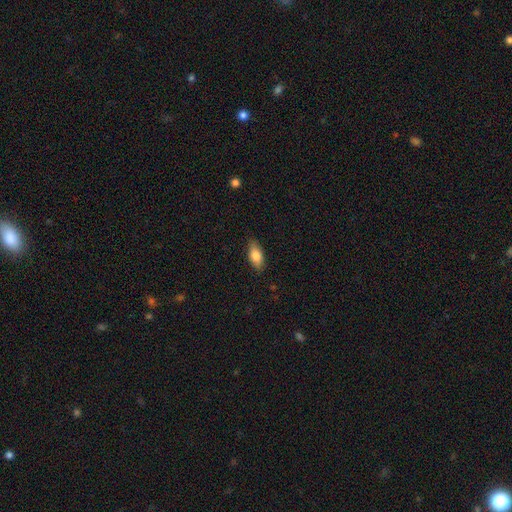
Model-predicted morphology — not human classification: This appears to be a smooth galaxy with no disk features (82%) that is in between round and cigar-shaped (87%). Merging: none (85%).